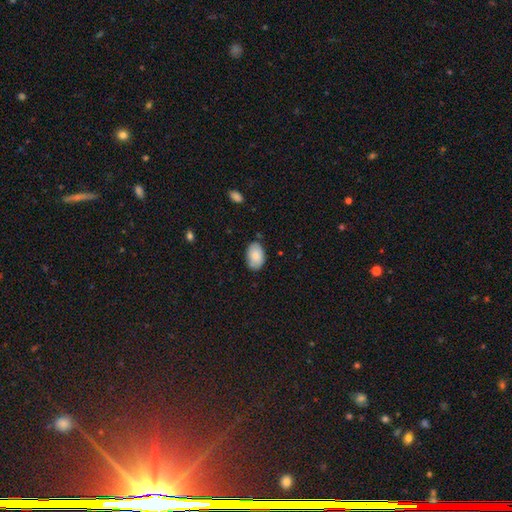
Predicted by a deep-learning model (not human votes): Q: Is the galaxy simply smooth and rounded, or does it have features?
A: smooth — 84%.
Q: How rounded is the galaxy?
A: in between — 91%.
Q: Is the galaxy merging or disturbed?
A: none — 78%.